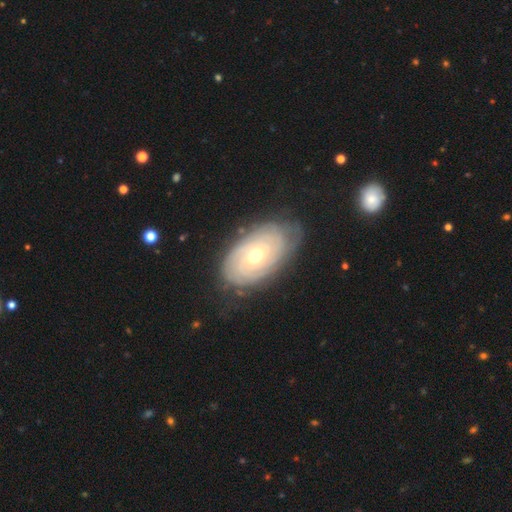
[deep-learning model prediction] featured or disk 76%, smooth 18%, star or artifact 6%. Down the decision tree: edge-on disk — no (95%); bar — no (80%); spiral arms — yes (88%); spiral arm count — can't tell (55%); spiral winding — tight (84%); bulge size — small (50%); merging — none (74%).